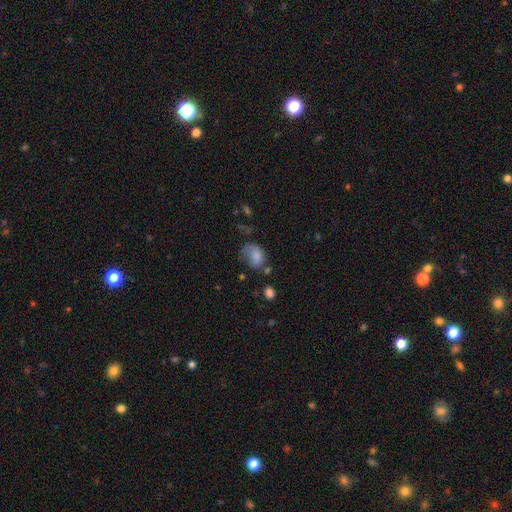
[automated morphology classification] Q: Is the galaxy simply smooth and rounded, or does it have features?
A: smooth — 74%.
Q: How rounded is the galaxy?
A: in between — 64%.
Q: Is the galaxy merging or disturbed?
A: none — 32%.